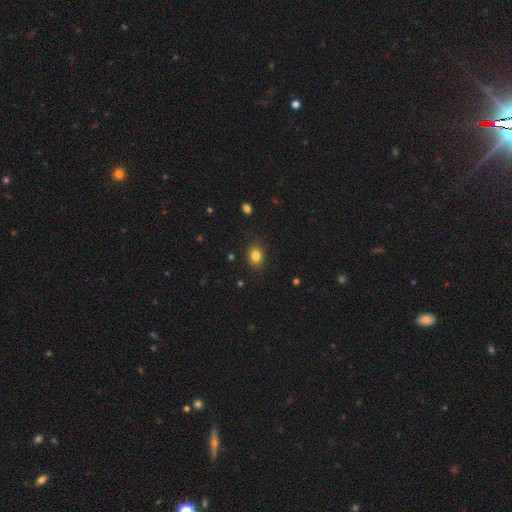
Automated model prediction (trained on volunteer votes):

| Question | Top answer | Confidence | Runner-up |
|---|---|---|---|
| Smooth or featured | smooth | 83% | star or artifact (10%) |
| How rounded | in between | 68% | round (31%) |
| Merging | none | 86% | minor disturbance (10%) |